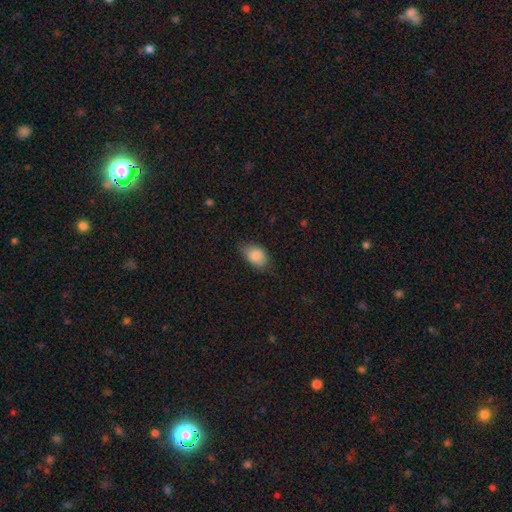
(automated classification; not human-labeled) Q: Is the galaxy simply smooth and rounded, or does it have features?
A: smooth — 85%.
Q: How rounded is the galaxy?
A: in between — 87%.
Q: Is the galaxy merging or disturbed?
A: none — 70%.